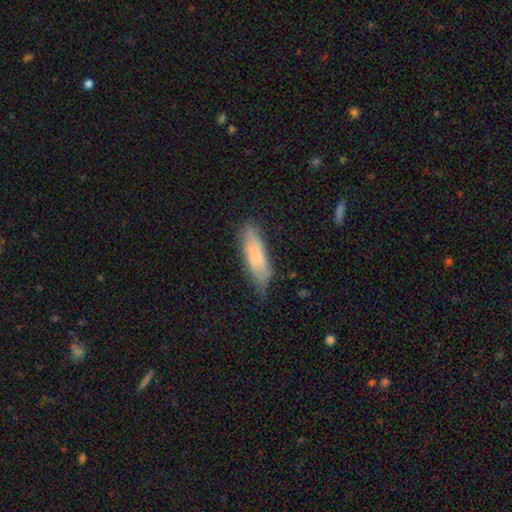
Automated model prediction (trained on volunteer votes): smooth 69%, featured or disk 24%, star or artifact 7%. Down the decision tree: how rounded — cigar-shaped (57%); merging — none (60%).